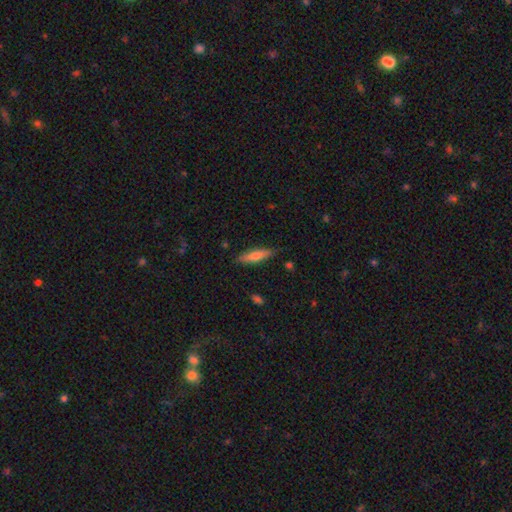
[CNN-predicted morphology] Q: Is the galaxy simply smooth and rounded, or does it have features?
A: smooth — 65%.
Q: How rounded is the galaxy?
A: cigar-shaped — 75%.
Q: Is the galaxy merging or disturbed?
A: none — 85%.